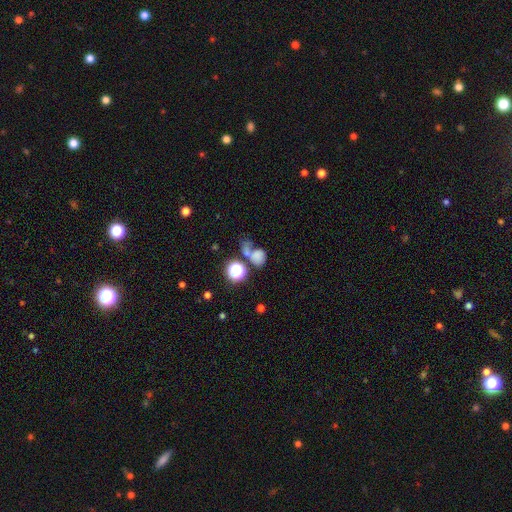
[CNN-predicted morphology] This is likely a smooth galaxy (69%). How rounded: likely round (61%). Merging: marginally merger (38%).